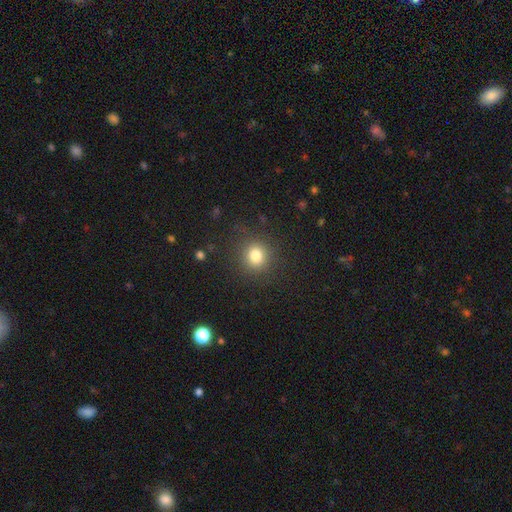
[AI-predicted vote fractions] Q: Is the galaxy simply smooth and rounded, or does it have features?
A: smooth — 81%.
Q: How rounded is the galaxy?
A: round — 87%.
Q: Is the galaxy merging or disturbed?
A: none — 88%.